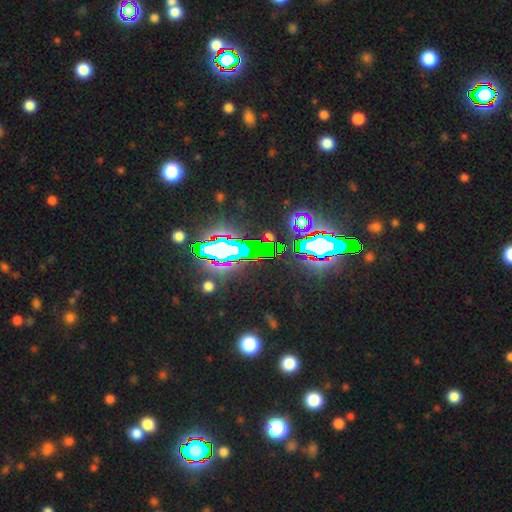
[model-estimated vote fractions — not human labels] The model was most divided on "smooth or featured": star or artifact: 75%, smooth: 14%, featured or disk: 11%.